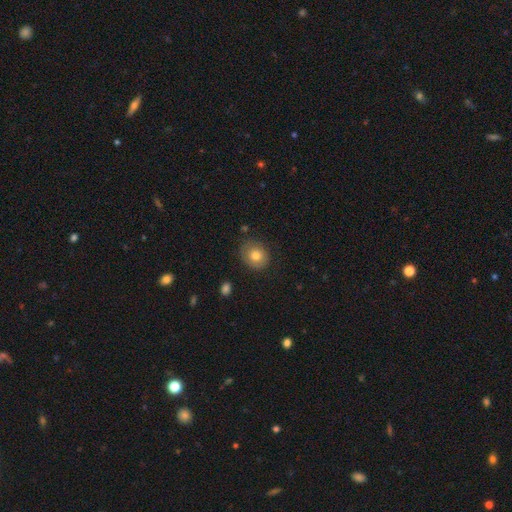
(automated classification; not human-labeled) smooth-or-featured: smooth: 74% | featured or disk: 16% | star or artifact: 9%
  how-rounded: round: 72% | in between: 28% | cigar-shaped: 1%
  merging: none: 80% | minor disturbance: 15% | major disturbance: 4% | merger: 2%